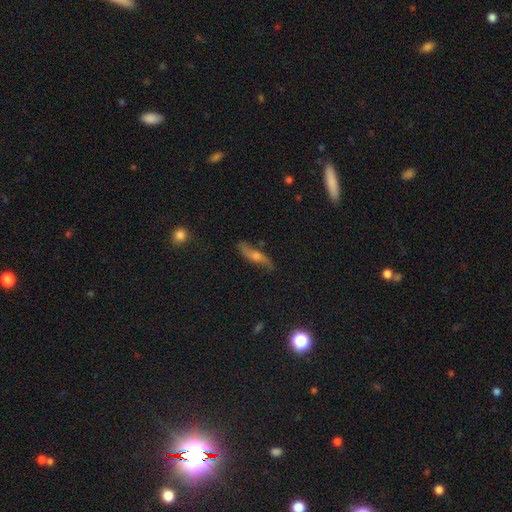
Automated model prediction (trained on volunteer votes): featured or disk 63%, smooth 27%, star or artifact 10%. Down the decision tree: edge-on disk — no (59%); merging — none (74%).